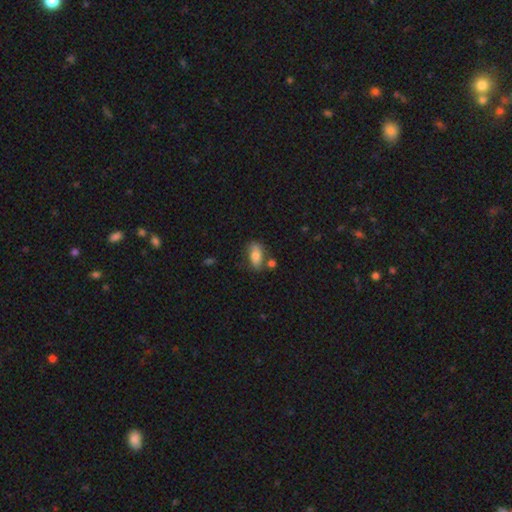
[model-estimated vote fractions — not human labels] smooth-or-featured: smooth: 76% | featured or disk: 17% | star or artifact: 8%
  how-rounded: in between: 85% | cigar-shaped: 10% | round: 5%
  merging: none: 67% | minor disturbance: 18% | merger: 10% | major disturbance: 5%